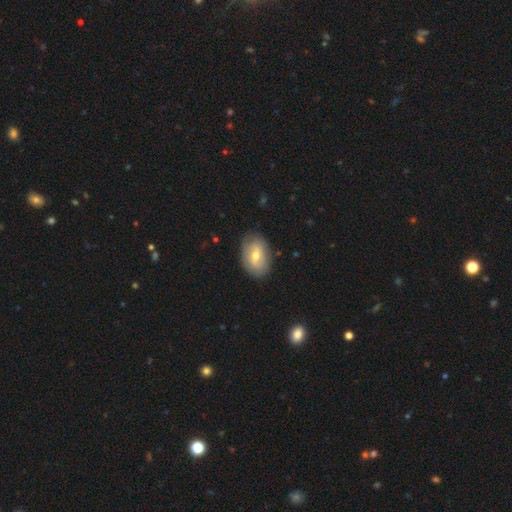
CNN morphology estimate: A smooth galaxy with no disk features (53%) that is in between round and cigar-shaped (84%).

Vote fractions:
- Smooth or featured? smooth: 53% / featured or disk: 41% / star or artifact: 7%
- How rounded? in between: 84% / round: 15% / cigar-shaped: 1%
- Merging? none: 80% / minor disturbance: 15% / major disturbance: 4% / merger: 1%